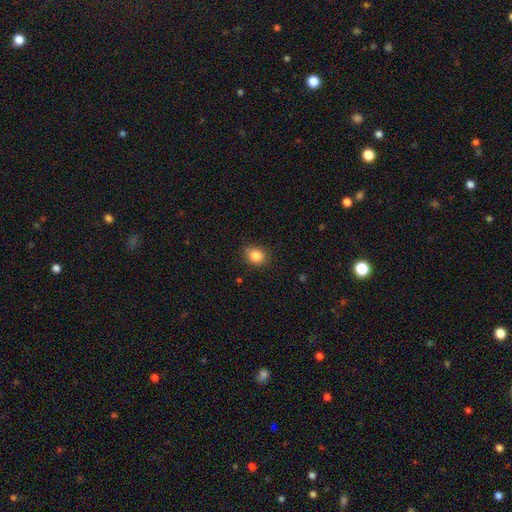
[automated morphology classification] Smooth or featured?
  - smooth: 85% *
  - star or artifact: 10%
  - featured or disk: 5%
How rounded?
  - round: 63% *
  - in between: 36%
  - cigar-shaped: 1%
Merging?
  - none: 83% *
  - minor disturbance: 13%
  - major disturbance: 3%
  - merger: 1%